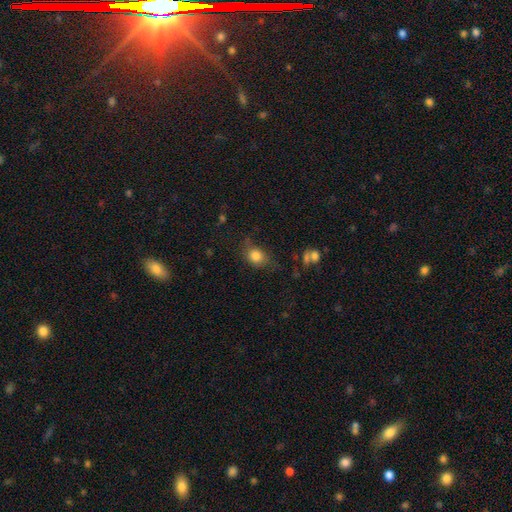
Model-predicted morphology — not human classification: Overall: smooth (81%). How rounded: round (54%; in between 44%). Merging: none (60%; minor disturbance 27%).